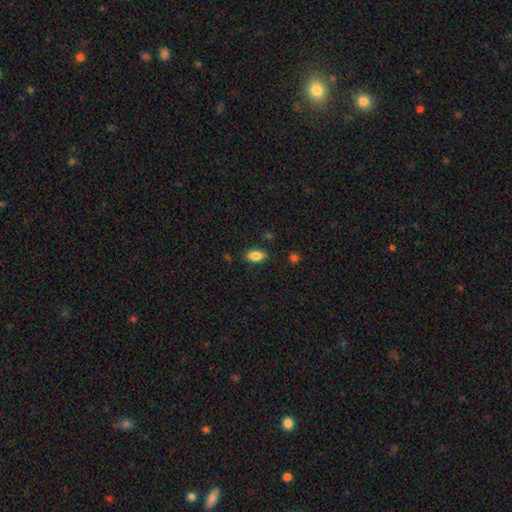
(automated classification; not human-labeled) Smooth or featured? smooth (84%)
How rounded? in between (90%)
Merging? none (85%)